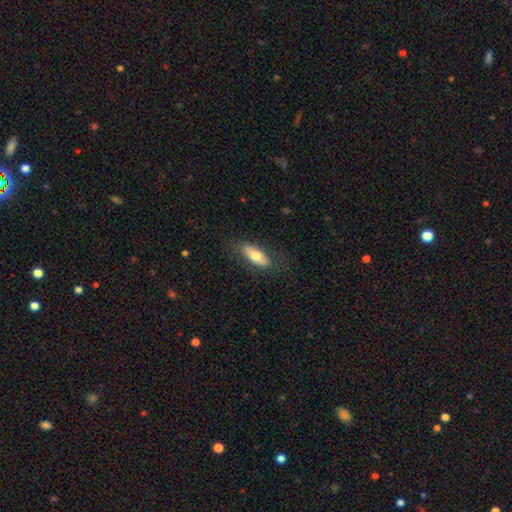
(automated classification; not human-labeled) Overall: smooth (64%; featured or disk 31%). How rounded: in between (75%). Merging: none (78%).